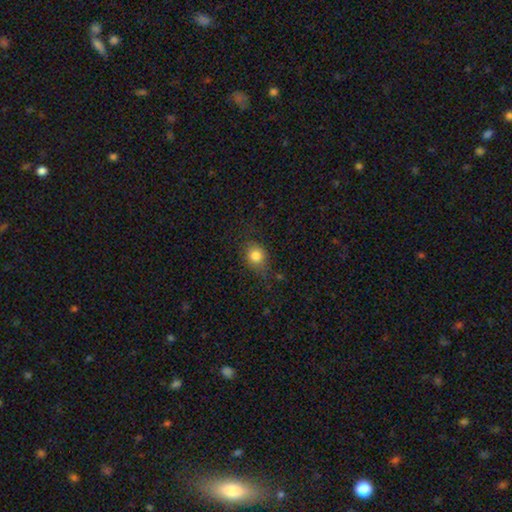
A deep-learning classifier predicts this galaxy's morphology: A smooth galaxy with no disk features (82%) that is round (64%). Merging: none (71%).